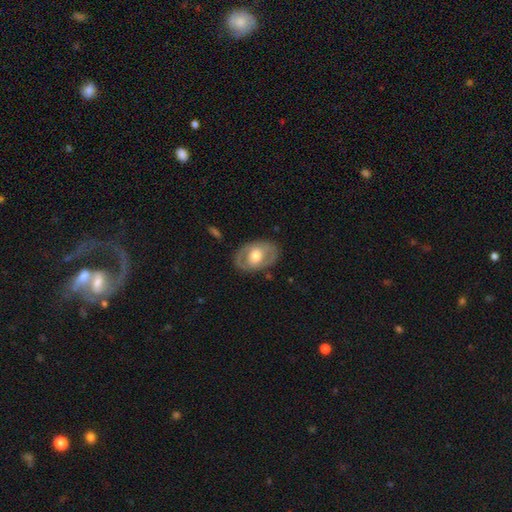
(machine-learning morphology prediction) Smooth or featured: featured or disk — 57% (smooth — 37%)
Edge-on disk: no — 92% (yes — 8%)
Bar: no — 57% (weak — 30%)
Spiral arms: no — 63% (yes — 37%)
Bulge size: moderate — 67% (large — 20%)
Merging: none — 79% (minor disturbance — 14%)